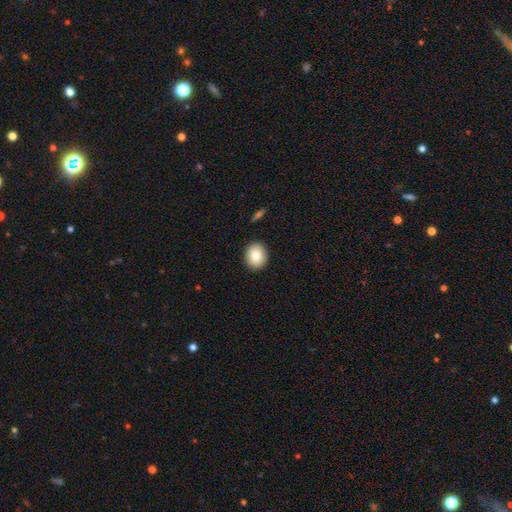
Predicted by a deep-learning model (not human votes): smooth_or_featured: smooth (p=0.82) [alt: featured or disk p=0.10]
how_rounded: round (p=0.66) [alt: in between p=0.33]
merging: none (p=0.90) [alt: minor disturbance p=0.07]